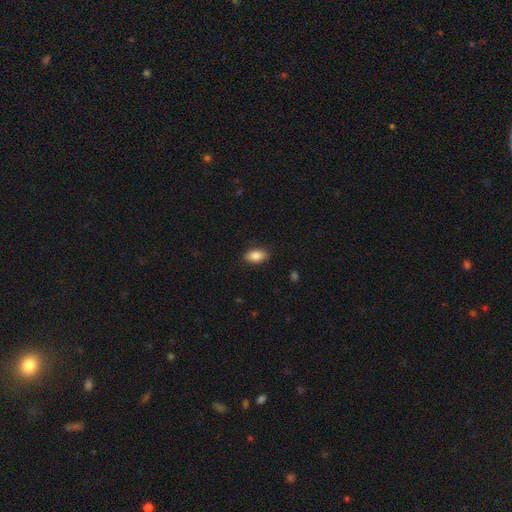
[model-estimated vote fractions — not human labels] smooth 86%, star or artifact 7%, featured or disk 7%. Down the decision tree: how rounded — in between (90%); merging — none (87%).